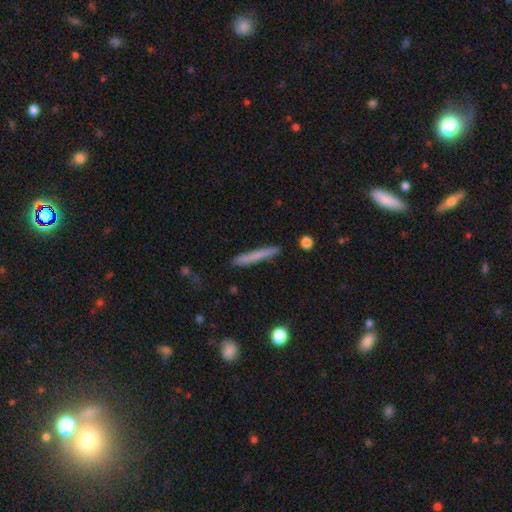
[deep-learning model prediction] smooth-or-featured: smooth: 68% | featured or disk: 25% | star or artifact: 7%
  how-rounded: cigar-shaped: 96% | in between: 2% | round: 2%
  merging: none: 88% | minor disturbance: 9% | major disturbance: 2% | merger: 2%